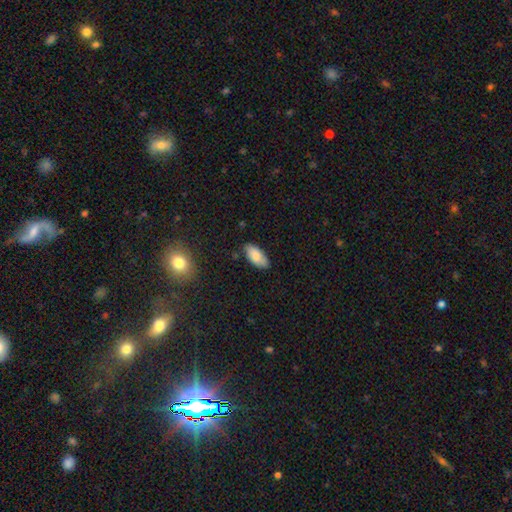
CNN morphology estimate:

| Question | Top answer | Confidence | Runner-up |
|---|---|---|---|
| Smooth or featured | smooth | 81% | featured or disk (12%) |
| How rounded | in between | 92% | cigar-shaped (6%) |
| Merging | none | 80% | minor disturbance (15%) |